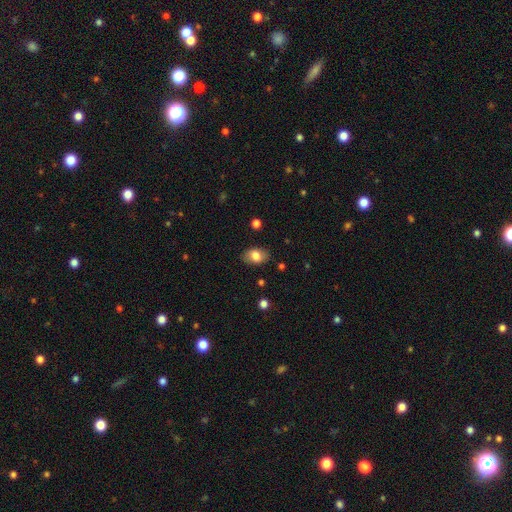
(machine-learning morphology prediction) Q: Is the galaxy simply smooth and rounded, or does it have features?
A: smooth — 79%.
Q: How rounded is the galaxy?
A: in between — 85%.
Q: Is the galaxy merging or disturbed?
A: none — 84%.